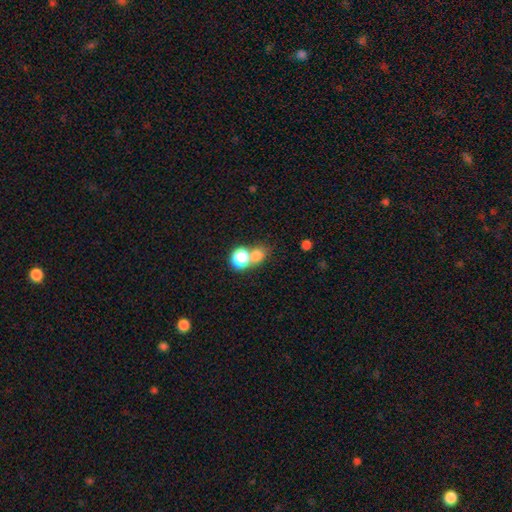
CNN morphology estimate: This appears to be a smooth galaxy with no disk features (76%) that is round (68%). Merging: merger (52%).